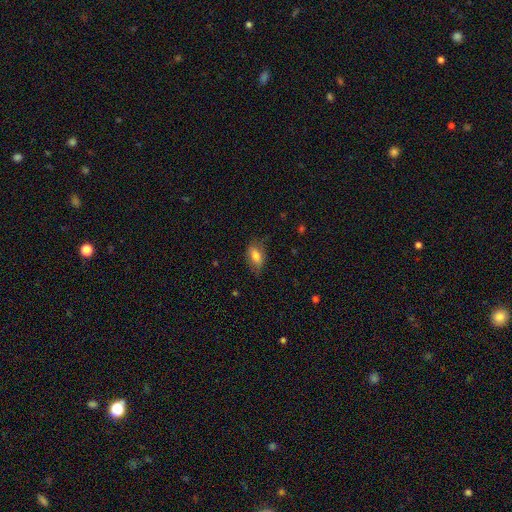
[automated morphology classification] Q: Smooth or featured?
A: smooth (74%); runner-up: featured or disk (18%)
Q: How rounded?
A: in between (87%); runner-up: cigar-shaped (7%)
Q: Merging?
A: none (66%); runner-up: minor disturbance (24%)